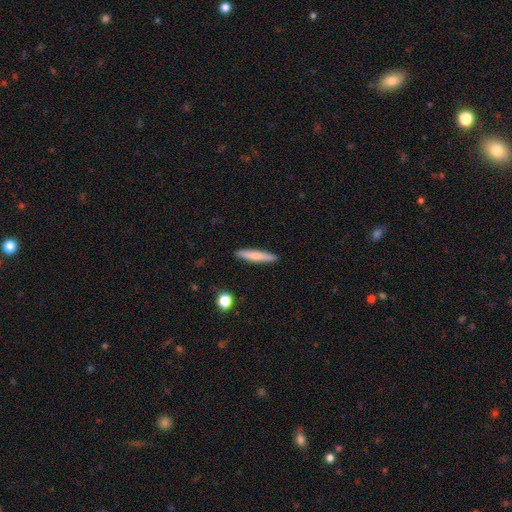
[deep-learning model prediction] Smooth or featured?
  - smooth: 72% *
  - featured or disk: 22%
  - star or artifact: 6%
How rounded?
  - cigar-shaped: 92% *
  - in between: 7%
  - round: 1%
Merging?
  - none: 90% *
  - minor disturbance: 7%
  - major disturbance: 2%
  - merger: 1%